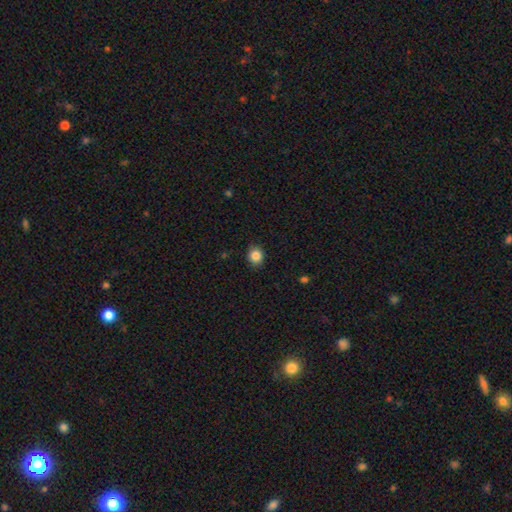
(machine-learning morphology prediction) The model was most divided on "how rounded": round: 78%, in between: 21%, cigar-shaped: 1%. More confident: merging — none (89%); smooth or featured — smooth (86%).